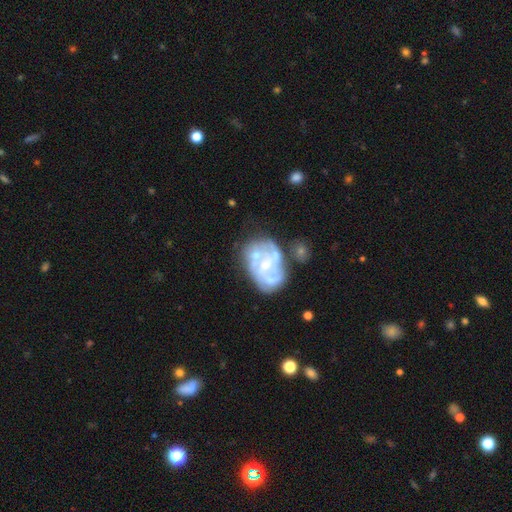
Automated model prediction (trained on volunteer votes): Morphology: type=featured or disk (74%); edge-on=no (98%); bar=no (69%); spiral arms=yes (52%); bulge=moderate (41%); merging=none (42%).